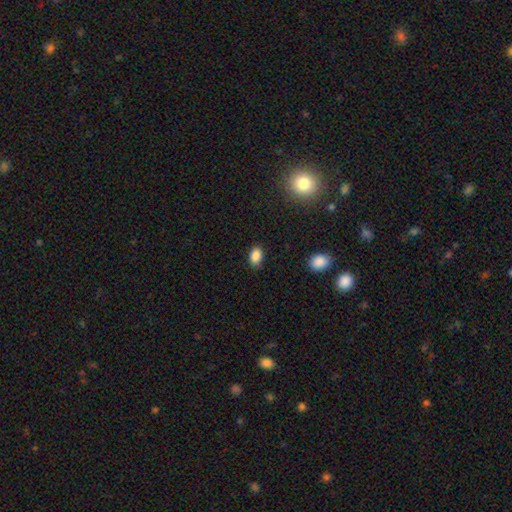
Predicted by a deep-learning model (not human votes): This appears to be a smooth galaxy with no disk features (87%) that is in between round and cigar-shaped (86%). Merging: none (85%).